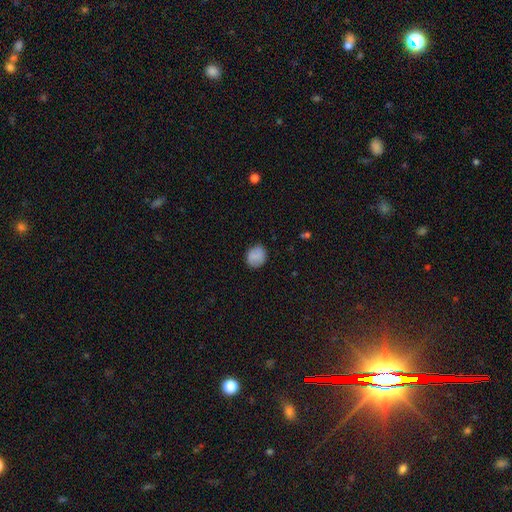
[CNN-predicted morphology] smooth 86%, star or artifact 8%, featured or disk 6%. Down the decision tree: how rounded — round (71%); merging — none (84%).